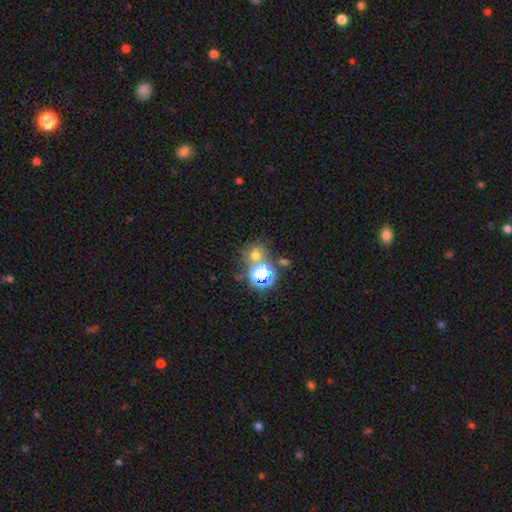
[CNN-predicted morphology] The model was most divided on "smooth or featured": smooth: 60%, star or artifact: 31%, featured or disk: 9%. More confident: how rounded — round (82%); merging — none (63%).